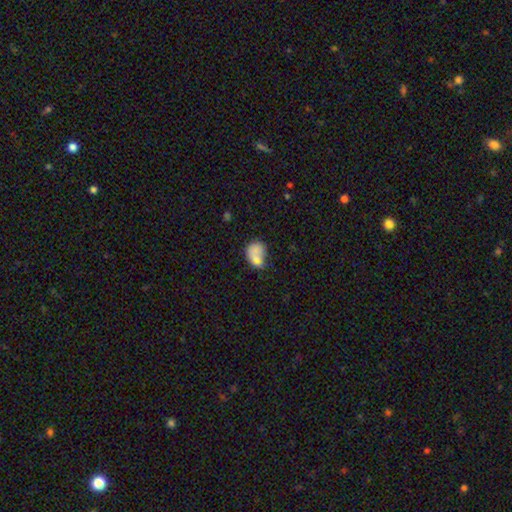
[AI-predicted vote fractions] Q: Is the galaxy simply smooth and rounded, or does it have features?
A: smooth — 74%.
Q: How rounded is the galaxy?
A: in between — 56%.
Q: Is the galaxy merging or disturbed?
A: merger — 40%.